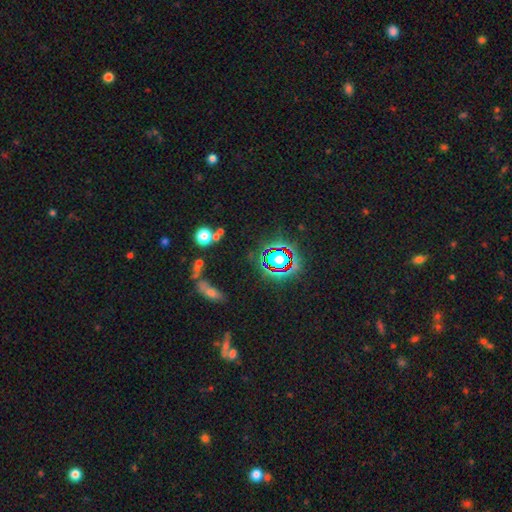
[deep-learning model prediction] Smooth or featured: star or artifact — 67% (smooth — 17%)